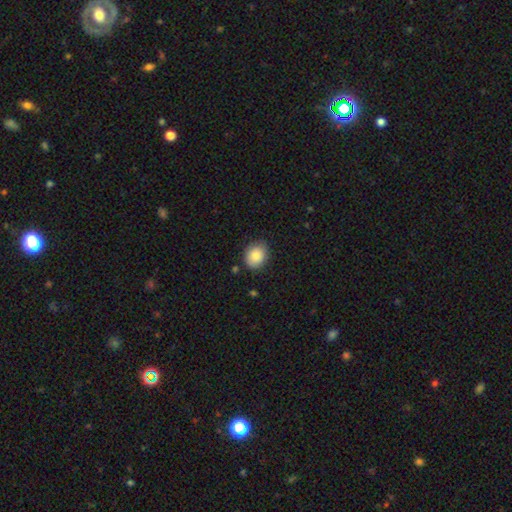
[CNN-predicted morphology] Smooth or featured? Predicted: smooth (p=0.86). How rounded? Predicted: round (p=0.54). Merging? Predicted: none (p=0.82).